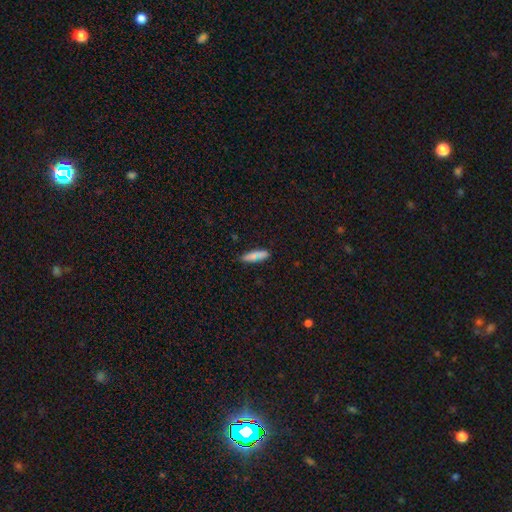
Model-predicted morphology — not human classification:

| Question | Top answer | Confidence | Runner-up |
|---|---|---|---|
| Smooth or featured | smooth | 82% | featured or disk (12%) |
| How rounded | cigar-shaped | 63% | in between (35%) |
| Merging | none | 83% | minor disturbance (13%) |